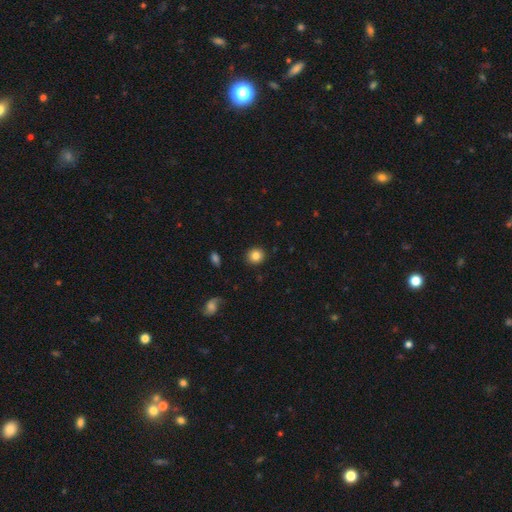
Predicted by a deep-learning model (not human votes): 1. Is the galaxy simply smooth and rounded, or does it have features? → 84% smooth, 10% star or artifact, 6% featured or disk.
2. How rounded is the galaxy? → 89% round, 10% in between, 1% cigar-shaped.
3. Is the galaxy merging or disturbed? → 91% none, 6% minor disturbance, 2% major disturbance, 1% merger.